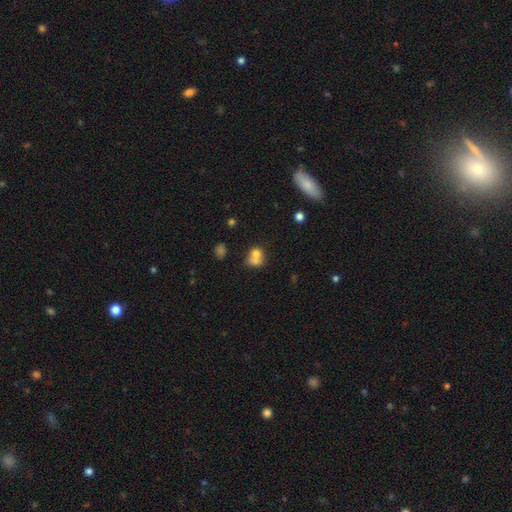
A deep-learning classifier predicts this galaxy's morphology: smooth 69%, featured or disk 19%, star or artifact 12%. Down the decision tree: how rounded — round (65%); merging — merger (59%).